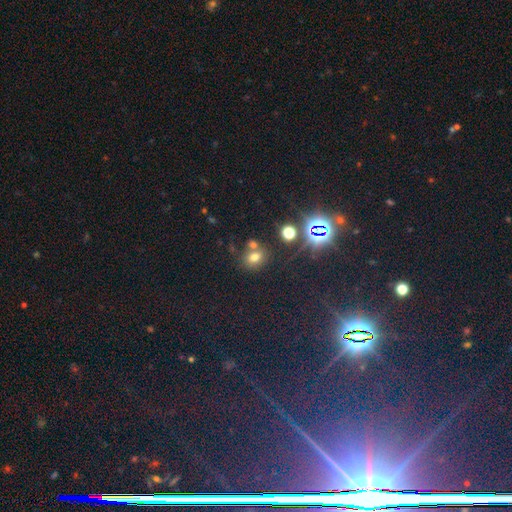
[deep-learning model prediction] Q: Smooth or featured?
A: smooth (54%); runner-up: star or artifact (35%)
Q: How rounded?
A: round (61%); runner-up: in between (38%)
Q: Merging?
A: none (64%); runner-up: merger (23%)